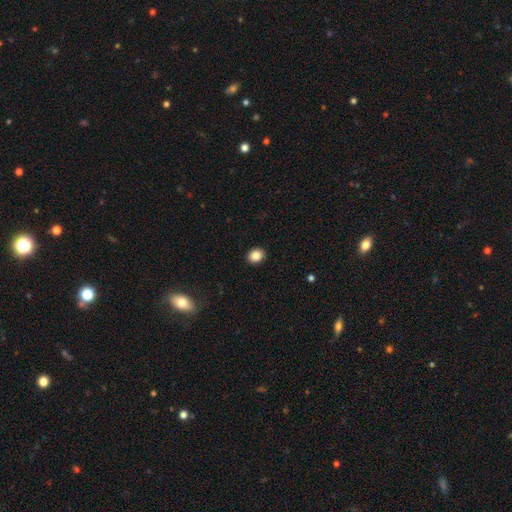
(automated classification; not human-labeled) A smooth galaxy with no disk features (86%) that is round (61%).

Vote fractions:
- Smooth or featured? smooth: 86% / star or artifact: 10% / featured or disk: 4%
- How rounded? round: 61% / in between: 38% / cigar-shaped: 1%
- Merging? none: 92% / minor disturbance: 5% / major disturbance: 2% / merger: 1%